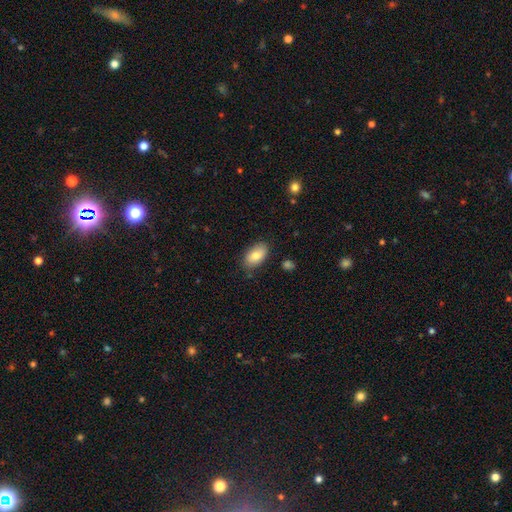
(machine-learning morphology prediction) A smooth galaxy with no disk features (80%) that is in between round and cigar-shaped (93%). Merging: none (80%).